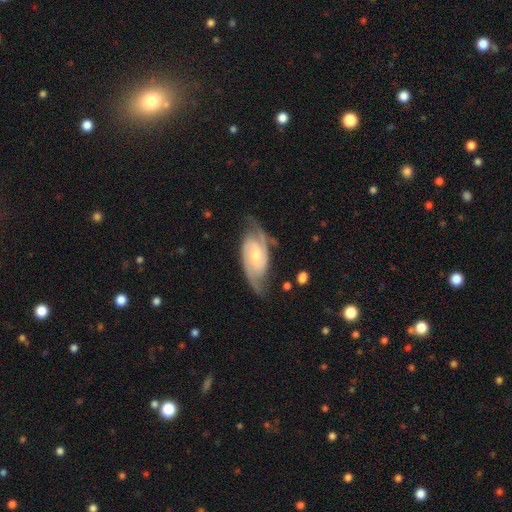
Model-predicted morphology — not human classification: smooth-or-featured: featured or disk: 86% | smooth: 9% | star or artifact: 5%
  disk-edge-on: no: 95% | yes: 5%
    bar: no: 50% | weak: 40% | strong: 10%
    has-spiral-arms: yes: 97% | no: 3%
      spiral-winding: medium: 45% | tight: 42% | loose: 13%
      spiral-arm-count: 2: 83% | can't tell: 7% | 3: 6% | 1: 2% | 4: 1% | more than 4: 1%
    bulge-size: small: 50% | moderate: 43% | none: 3% | large: 3% | dominant: 1%
  merging: none: 70% | minor disturbance: 21% | major disturbance: 8% | merger: 2%